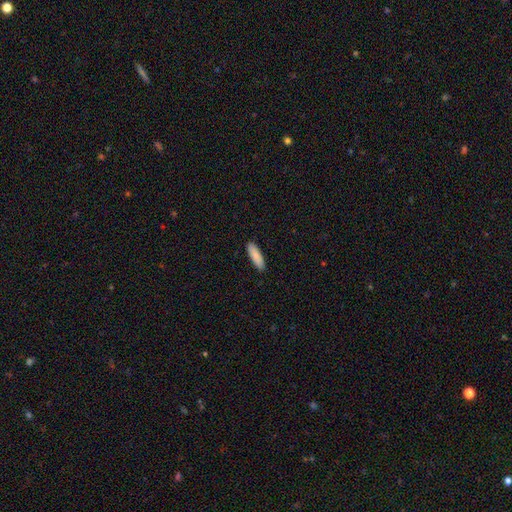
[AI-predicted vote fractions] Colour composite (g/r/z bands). It shows a smooth galaxy with no disk features (88%) that is cigar-shaped (60%). Merging: none (90%).